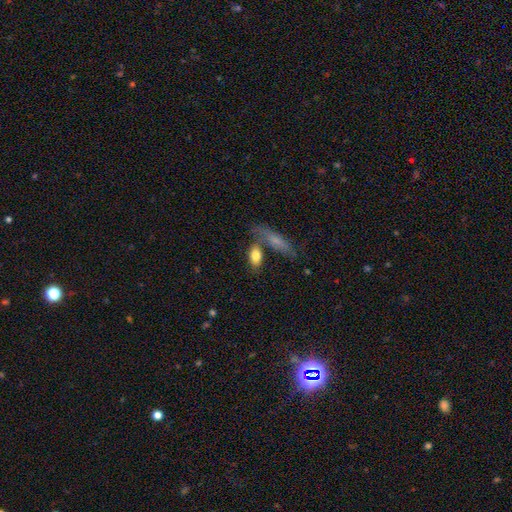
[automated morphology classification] type=smooth (80%); roundness=in between (82%); merging=none (55%).